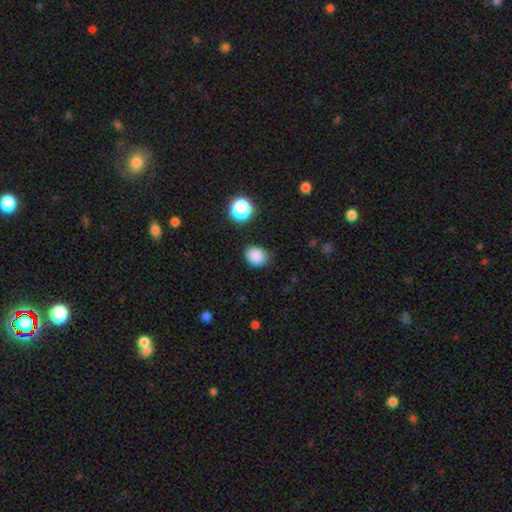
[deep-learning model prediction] Overall: smooth (85%). How rounded: round (65%; in between 34%). Merging: none (82%).